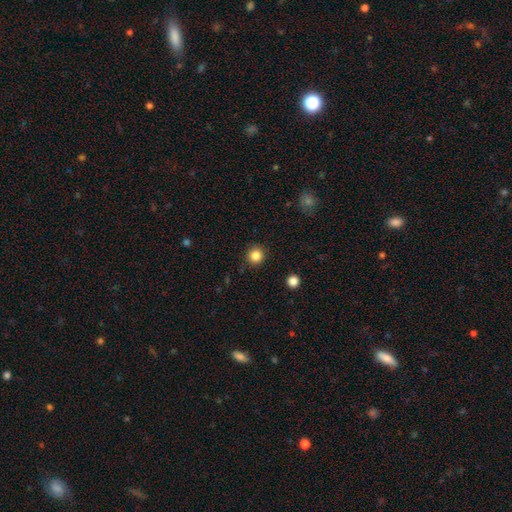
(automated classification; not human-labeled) Q: Smooth or featured?
A: smooth (84%); runner-up: star or artifact (12%)
Q: How rounded?
A: round (94%); runner-up: in between (5%)
Q: Merging?
A: none (92%); runner-up: minor disturbance (5%)